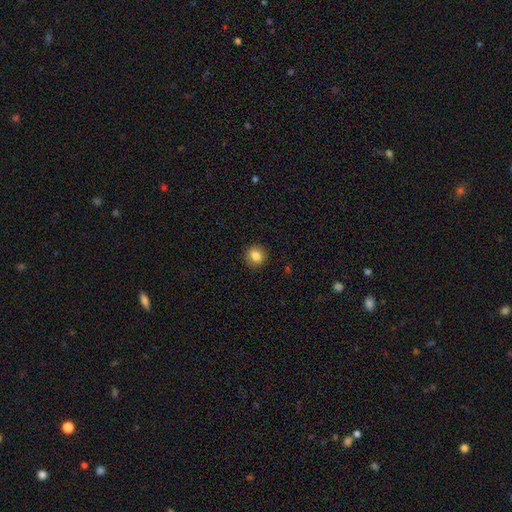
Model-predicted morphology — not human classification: Smooth or featured? Predicted: smooth (p=0.82). How rounded? Predicted: round (p=0.81). Merging? Predicted: none (p=0.90).